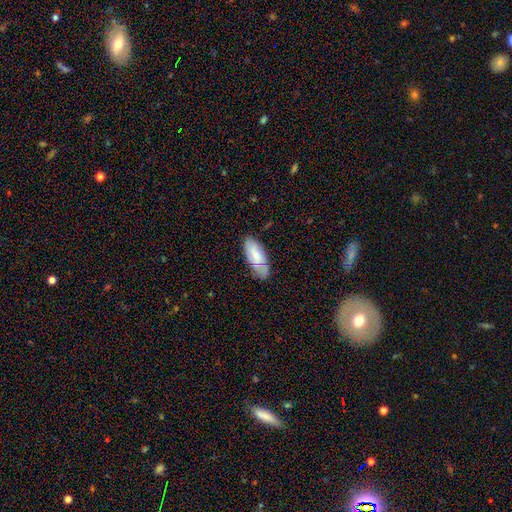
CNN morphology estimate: Smooth or featured? Predicted: smooth (p=0.73). How rounded? Predicted: in between (p=0.83). Merging? Predicted: none (p=0.73).